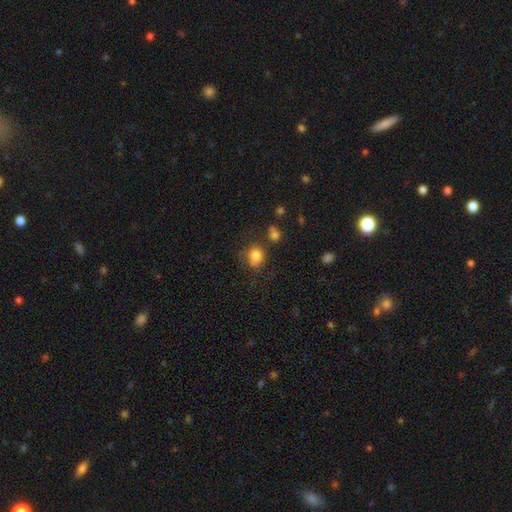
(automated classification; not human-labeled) Overall: smooth (82%). How rounded: round (62%; in between 37%). Merging: none (61%; minor disturbance 22%).